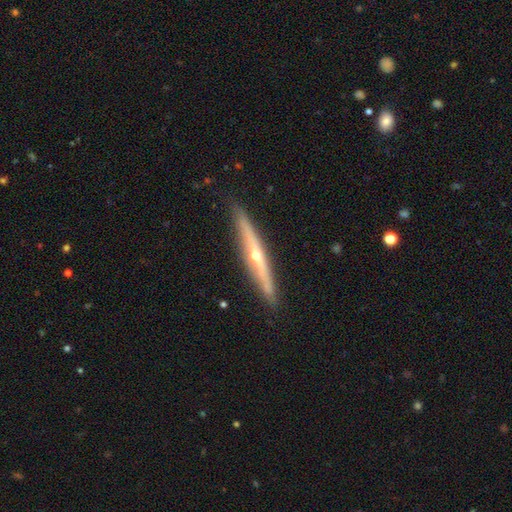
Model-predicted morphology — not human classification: smooth_or_featured: featured or disk (p=0.77) [alt: smooth p=0.18]
disk_edge_on: yes (p=0.96) [alt: no p=0.04]
edge_on_bulge: rounded (p=0.85) [alt: none p=0.13]
merging: none (p=0.89) [alt: minor disturbance p=0.08]